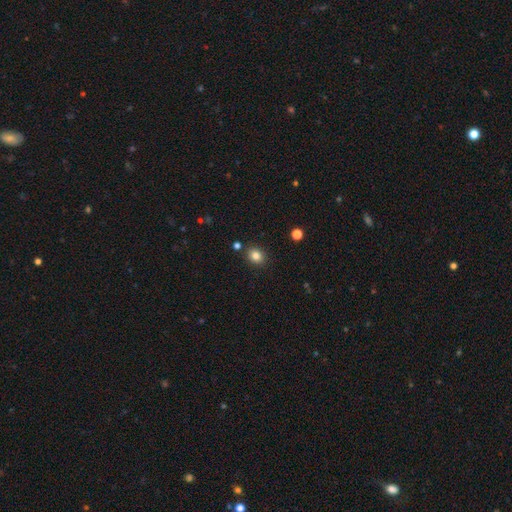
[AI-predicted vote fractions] Q: Smooth or featured?
A: smooth (82%); runner-up: star or artifact (12%)
Q: How rounded?
A: round (60%); runner-up: in between (39%)
Q: Merging?
A: none (86%); runner-up: minor disturbance (8%)